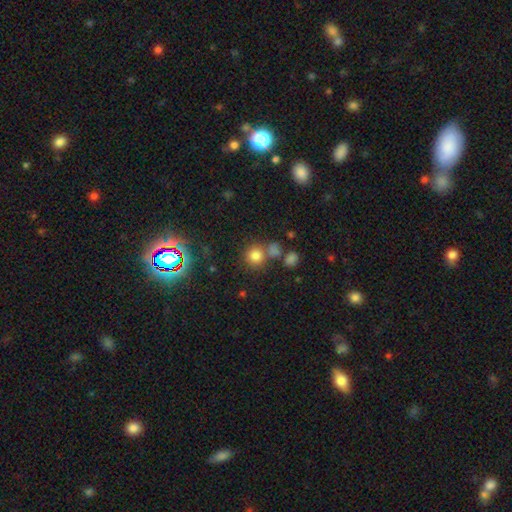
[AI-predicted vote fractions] A smooth galaxy with no disk features (77%) that is round (89%). Merging: none (66%).